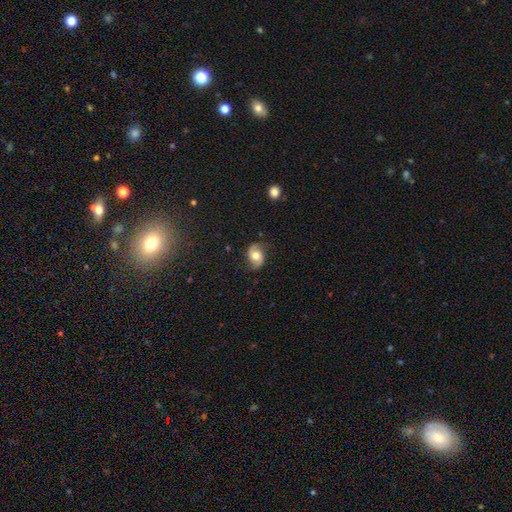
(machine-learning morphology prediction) Q: Smooth or featured?
A: featured or disk (52%); runner-up: smooth (39%)
Q: Edge-on disk?
A: no (96%); runner-up: yes (4%)
Q: Bar?
A: no (70%); runner-up: weak (24%)
Q: Spiral arms?
A: yes (86%); runner-up: no (14%)
Q: Bulge size?
A: moderate (65%); runner-up: large (23%)
Q: Merging?
A: none (75%); runner-up: minor disturbance (18%)